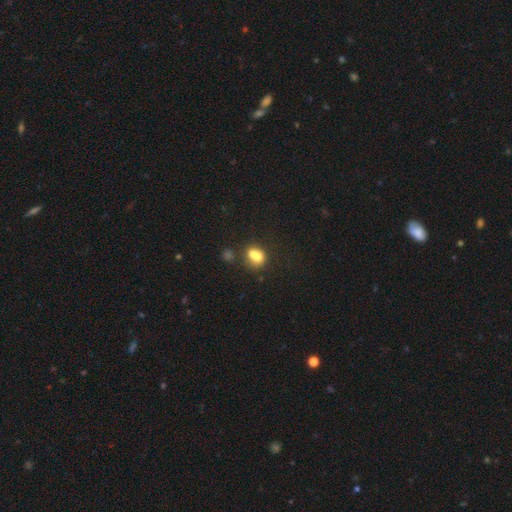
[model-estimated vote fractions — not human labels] Overall: smooth (69%). How rounded: round (61%; in between 37%). Merging: merger (60%; none 28%).